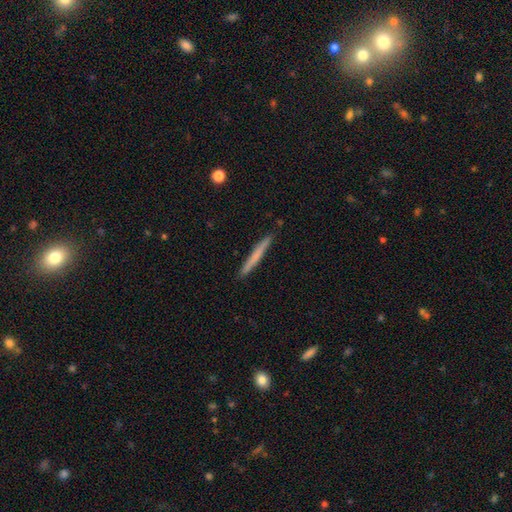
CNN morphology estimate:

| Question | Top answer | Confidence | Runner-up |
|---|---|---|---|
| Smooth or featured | smooth | 62% | featured or disk (33%) |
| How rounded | cigar-shaped | 97% | in between (2%) |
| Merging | none | 91% | minor disturbance (7%) |